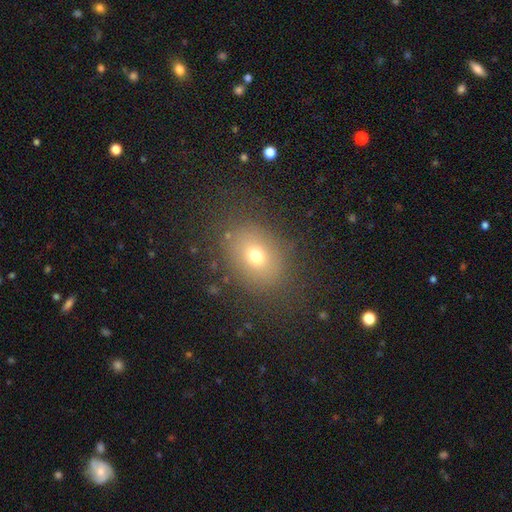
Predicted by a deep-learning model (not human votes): smooth 69%, star or artifact 17%, featured or disk 14%. Down the decision tree: how rounded — in between (58%); merging — none (81%).